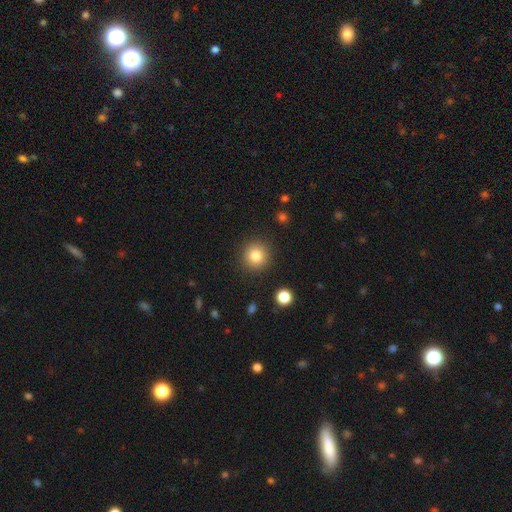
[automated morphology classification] type=smooth (82%); roundness=round (93%); merging=none (89%).